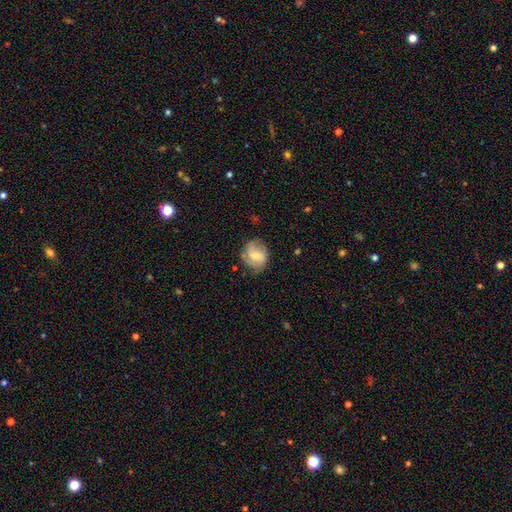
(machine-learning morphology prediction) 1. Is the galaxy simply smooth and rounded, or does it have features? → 56% featured or disk, 37% smooth, 7% star or artifact.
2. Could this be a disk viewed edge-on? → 97% no, 3% yes.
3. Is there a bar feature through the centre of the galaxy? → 52% no, 39% weak, 9% strong.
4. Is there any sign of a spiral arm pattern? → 85% yes, 15% no.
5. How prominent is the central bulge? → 51% moderate, 41% small, 4% large, 3% none, 1% dominant.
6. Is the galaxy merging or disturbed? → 65% none, 25% minor disturbance, 9% major disturbance, 2% merger.